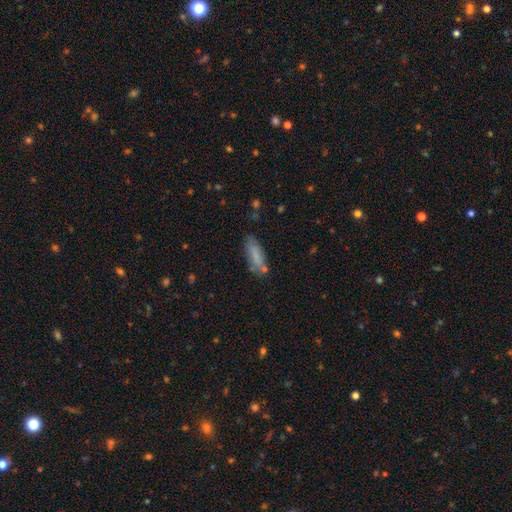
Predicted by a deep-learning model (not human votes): smooth_or_featured: smooth (p=0.79) [alt: featured or disk p=0.13]
how_rounded: in between (p=0.61) [alt: cigar-shaped p=0.37]
merging: none (p=0.70) [alt: minor disturbance p=0.19]